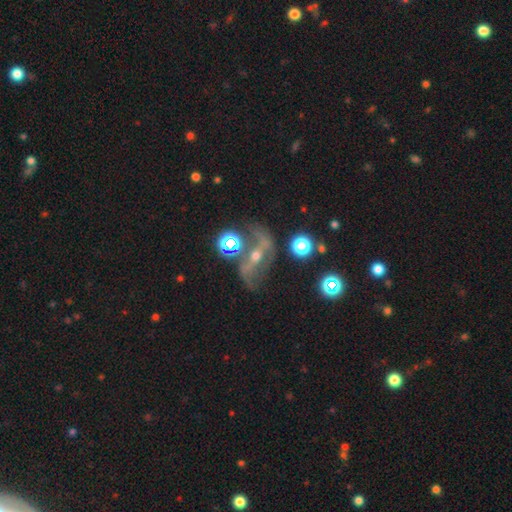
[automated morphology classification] Q: Smooth or featured?
A: featured or disk (69%); runner-up: star or artifact (16%)
Q: Edge-on disk?
A: no (90%); runner-up: yes (10%)
Q: Bar?
A: no (34%); tied with: weak (34%)
Q: Spiral arms?
A: yes (76%); runner-up: no (24%)
Q: Bulge size?
A: small (47%); runner-up: moderate (46%)
Q: Merging?
A: none (48%); runner-up: merger (21%)